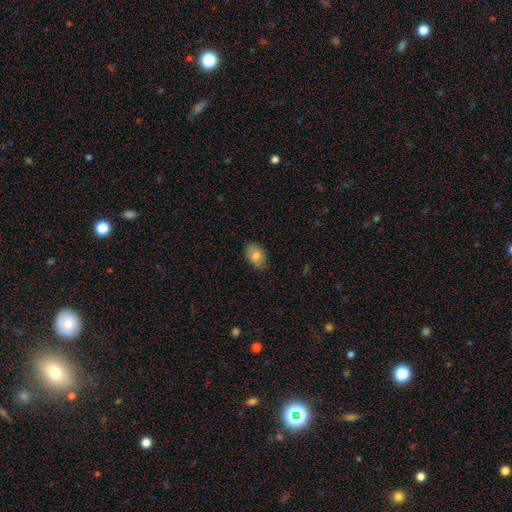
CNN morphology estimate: The model was most divided on "smooth or featured": smooth: 76%, featured or disk: 17%, star or artifact: 8%. More confident: merging — none (83%); how rounded — in between (81%).